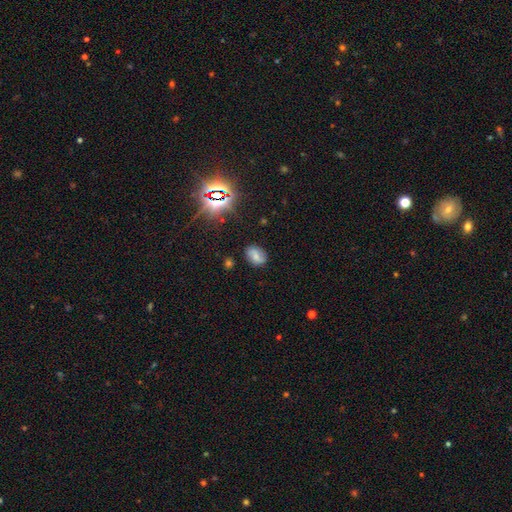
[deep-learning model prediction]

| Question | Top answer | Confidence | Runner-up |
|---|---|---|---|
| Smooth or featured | smooth | 48% | featured or disk (35%) |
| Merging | none | 79% | minor disturbance (15%) |